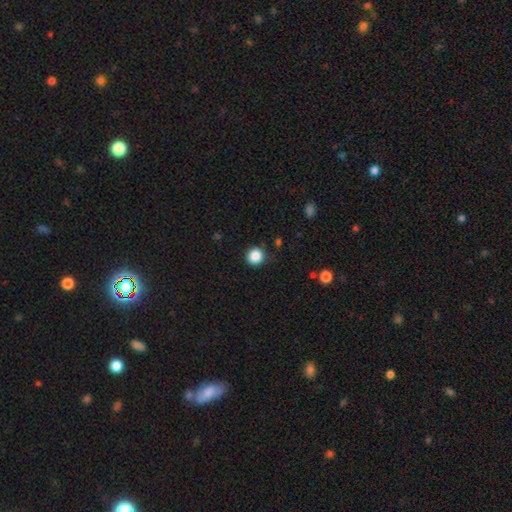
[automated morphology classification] A smooth galaxy with no disk features (86%) that is round (93%).

Vote fractions:
- Smooth or featured? smooth: 86% / star or artifact: 10% / featured or disk: 3%
- How rounded? round: 93% / in between: 6% / cigar-shaped: 1%
- Merging? none: 89% / minor disturbance: 8% / major disturbance: 2% / merger: 1%